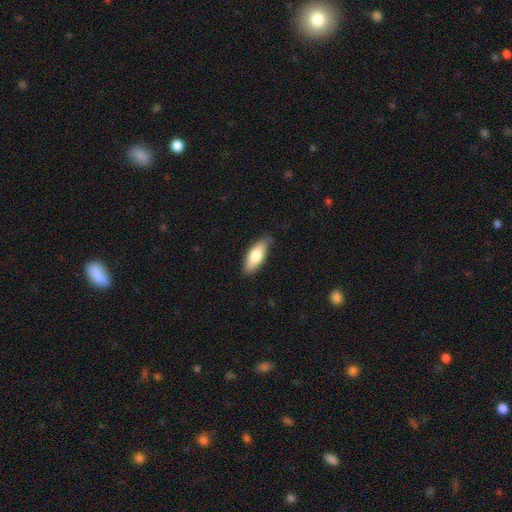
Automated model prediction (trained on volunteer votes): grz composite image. It shows a smooth galaxy with no disk features (72%) that is in between round and cigar-shaped (74%). Merging: none (82%).